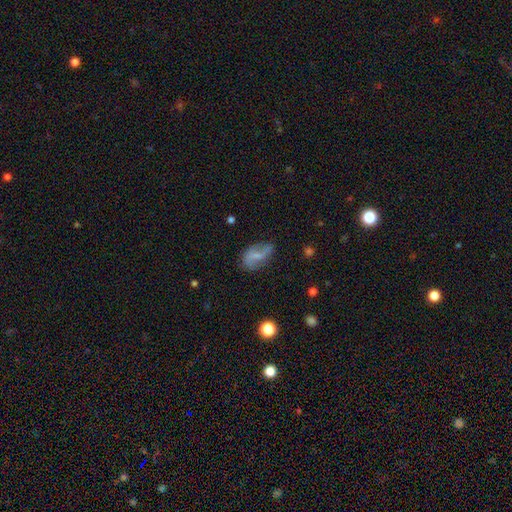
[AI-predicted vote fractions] Smooth or featured? featured or disk (54%)
Edge-on disk? no (95%)
Bar? weak (44%)
Spiral arms? yes (76%)
Bulge size? small (39%)
Merging? none (57%)